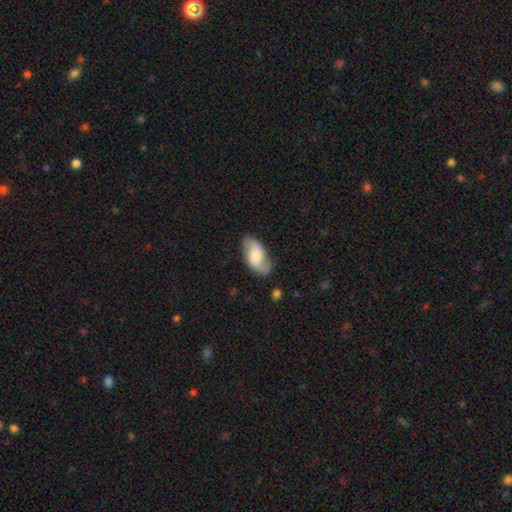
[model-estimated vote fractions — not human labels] smooth-or-featured: featured or disk: 48% | smooth: 45% | star or artifact: 7%
  merging: none: 75% | minor disturbance: 18% | major disturbance: 5% | merger: 2%